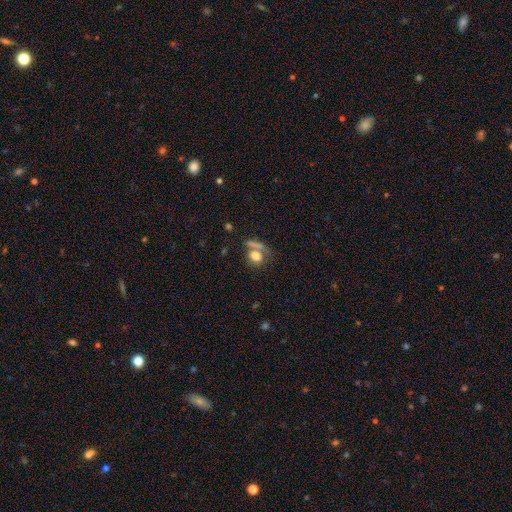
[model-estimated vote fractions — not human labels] The model was most divided on "how rounded": round: 55%, in between: 40%, cigar-shaped: 5%. More confident: smooth or featured — smooth (74%); merging — none (52%).